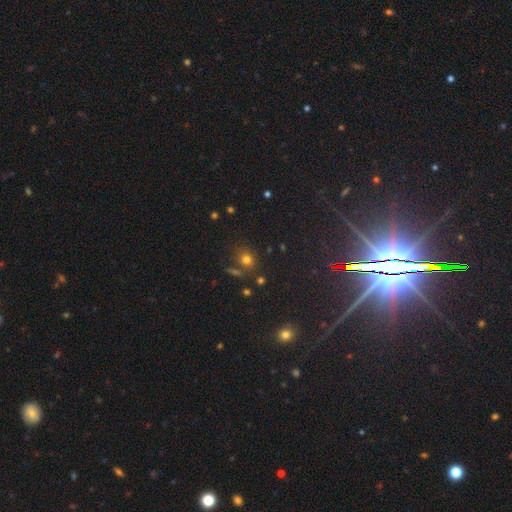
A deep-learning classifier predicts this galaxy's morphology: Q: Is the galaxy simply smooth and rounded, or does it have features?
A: star or artifact — 61%.